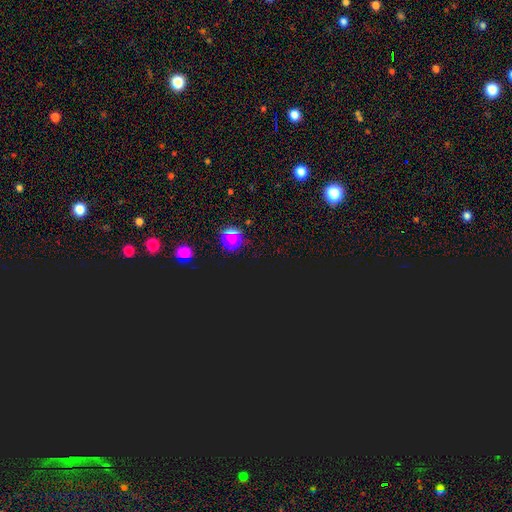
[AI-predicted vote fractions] This appears to be a star or artifact, not a galaxy (76%).